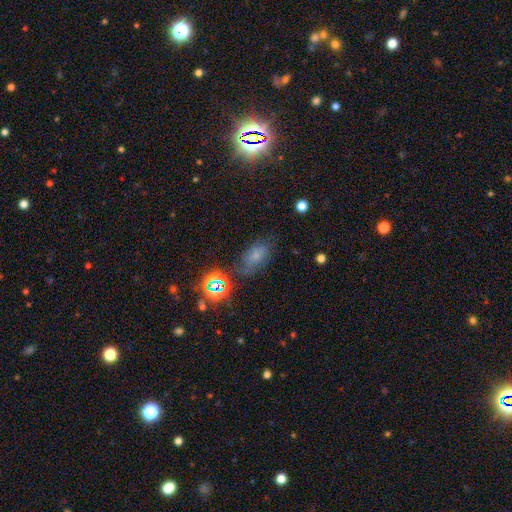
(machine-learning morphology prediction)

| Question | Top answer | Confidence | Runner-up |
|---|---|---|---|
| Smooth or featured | smooth | 54% | star or artifact (28%) |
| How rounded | in between | 85% | round (11%) |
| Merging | none | 63% | minor disturbance (23%) |